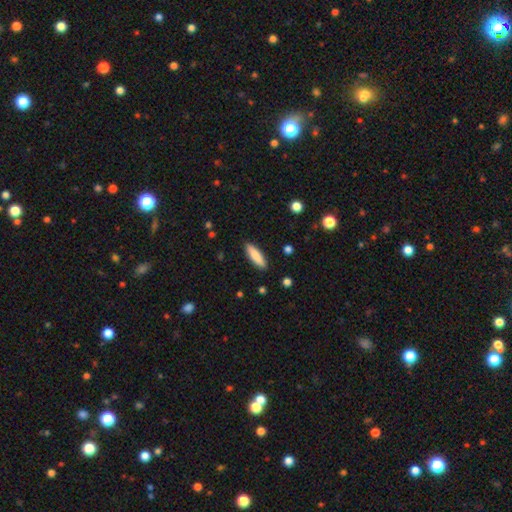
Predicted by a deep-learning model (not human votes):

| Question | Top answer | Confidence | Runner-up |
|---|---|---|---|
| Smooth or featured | smooth | 83% | featured or disk (12%) |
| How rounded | cigar-shaped | 63% | in between (36%) |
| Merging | none | 89% | minor disturbance (8%) |